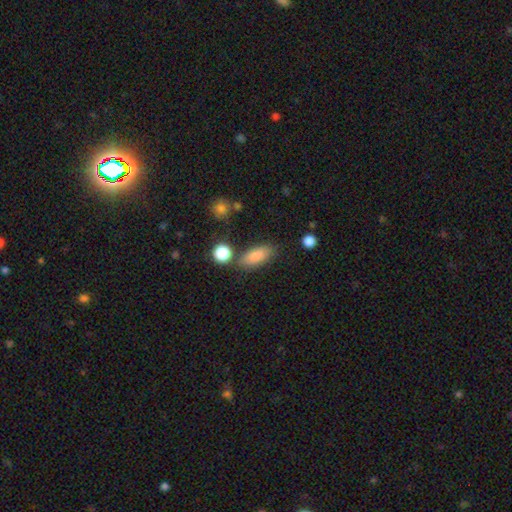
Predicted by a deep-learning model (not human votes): Overall: smooth (83%). How rounded: in between (76%). Merging: none (76%).